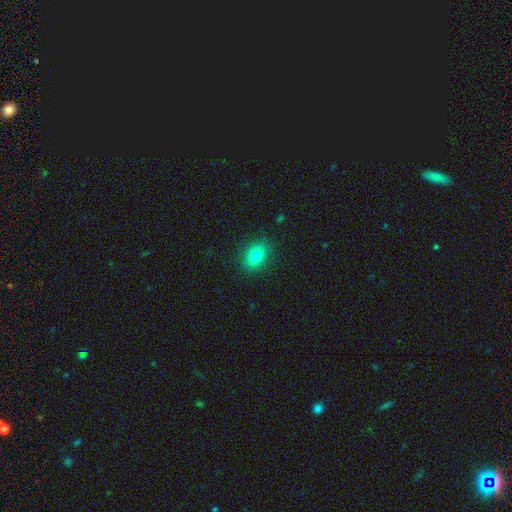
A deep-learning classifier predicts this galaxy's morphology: Smooth or featured? smooth (80%)
How rounded? in between (73%)
Merging? none (88%)